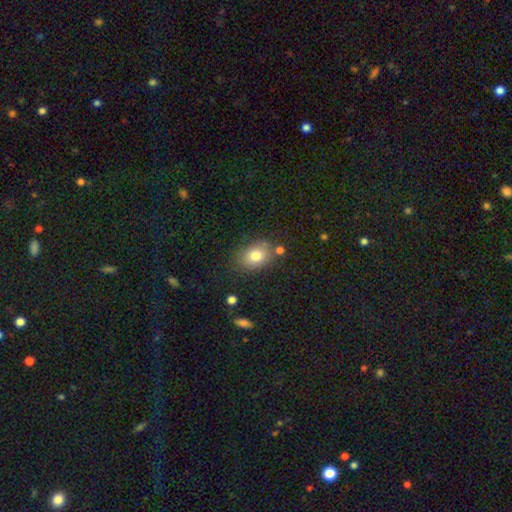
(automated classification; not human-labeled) This is likely a smooth galaxy (78%). How rounded: likely in between (70%). Merging: likely none (75%).